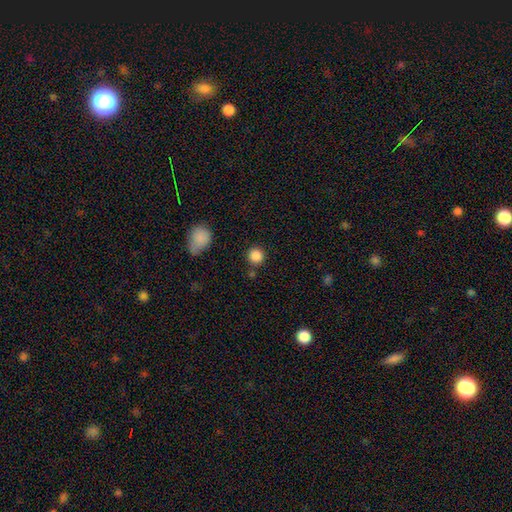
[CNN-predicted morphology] A smooth galaxy with no disk features (86%) that is round (93%).

Vote fractions:
- Smooth or featured? smooth: 86% / star or artifact: 11% / featured or disk: 3%
- How rounded? round: 93% / in between: 6% / cigar-shaped: 1%
- Merging? none: 83% / minor disturbance: 8% / merger: 5% / major disturbance: 3%